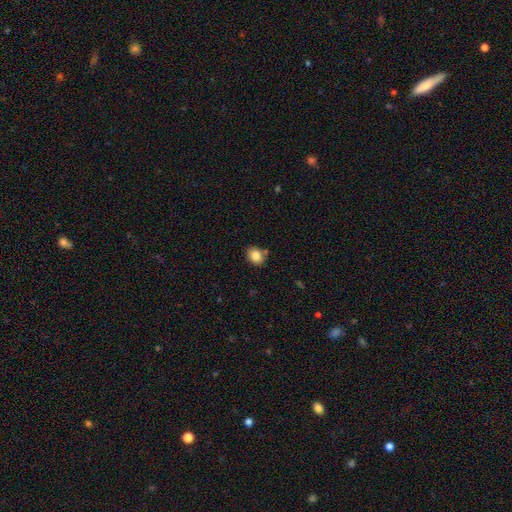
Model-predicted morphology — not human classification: smooth-or-featured: smooth: 85% | star or artifact: 9% | featured or disk: 6%
  how-rounded: in between: 51% | round: 48% | cigar-shaped: 1%
  merging: none: 80% | minor disturbance: 11% | merger: 6% | major disturbance: 3%